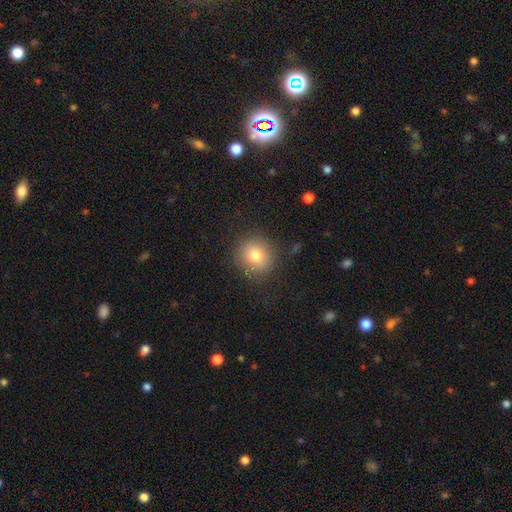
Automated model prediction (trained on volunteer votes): smooth_or_featured: smooth (p=0.78) [alt: star or artifact p=0.12]
how_rounded: round (p=0.90) [alt: in between p=0.09]
merging: none (p=0.87) [alt: minor disturbance p=0.08]